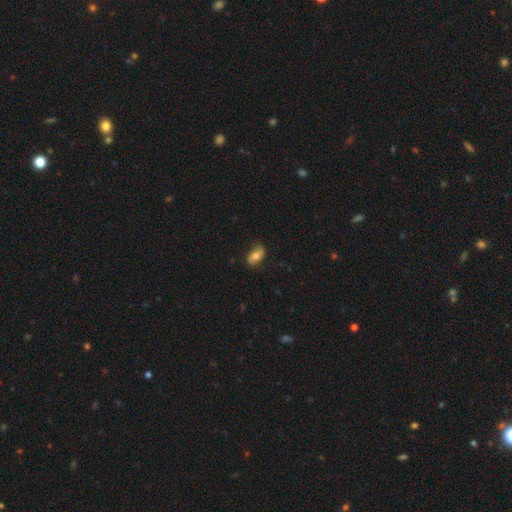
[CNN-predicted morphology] Q: Smooth or featured?
A: smooth (63%); runner-up: featured or disk (28%)
Q: How rounded?
A: in between (88%); runner-up: round (9%)
Q: Merging?
A: none (76%); runner-up: minor disturbance (18%)